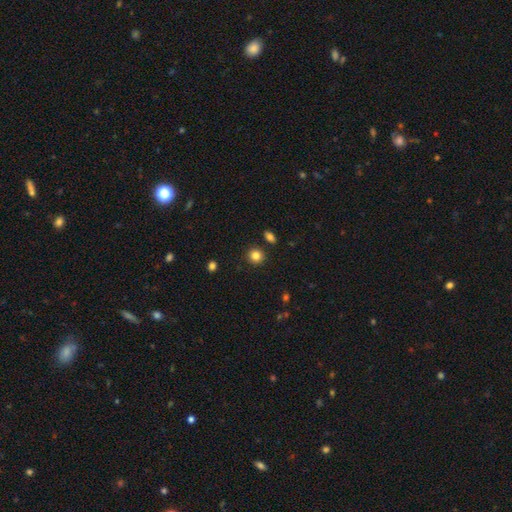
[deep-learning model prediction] Q: Smooth or featured?
A: smooth (84%); runner-up: star or artifact (11%)
Q: How rounded?
A: round (89%); runner-up: in between (10%)
Q: Merging?
A: none (89%); runner-up: minor disturbance (6%)